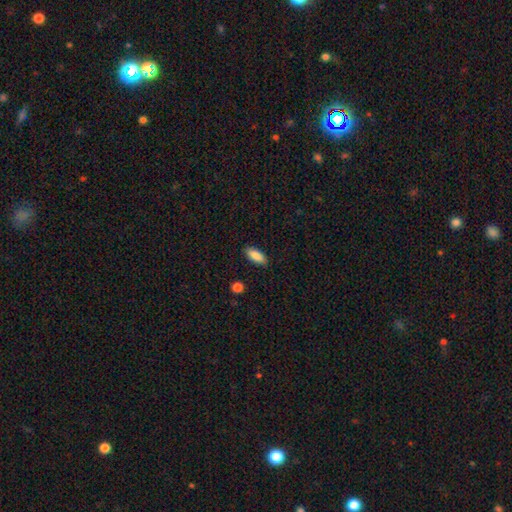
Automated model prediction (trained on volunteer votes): smooth_or_featured: smooth (p=0.88) [alt: star or artifact p=0.06]
how_rounded: in between (p=0.79) [alt: cigar-shaped p=0.19]
merging: none (p=0.87) [alt: minor disturbance p=0.09]